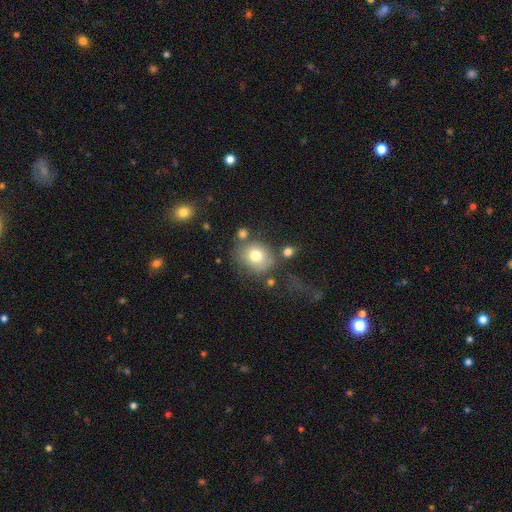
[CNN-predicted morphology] Smooth or featured? smooth (75%)
How rounded? round (75%)
Merging? none (64%)